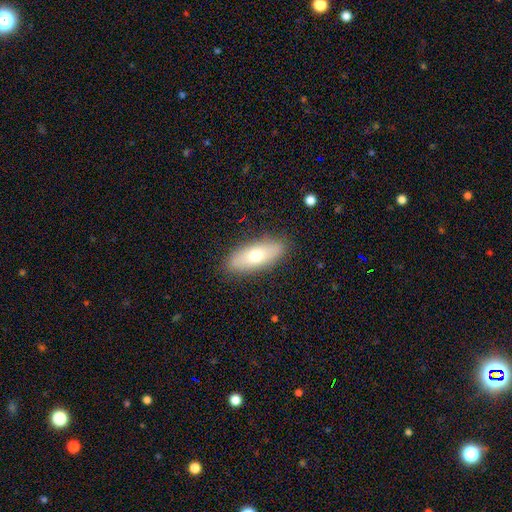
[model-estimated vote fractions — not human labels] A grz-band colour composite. It shows a smooth galaxy with no disk features (67%) that is in between round and cigar-shaped (77%). Merging: none (88%).